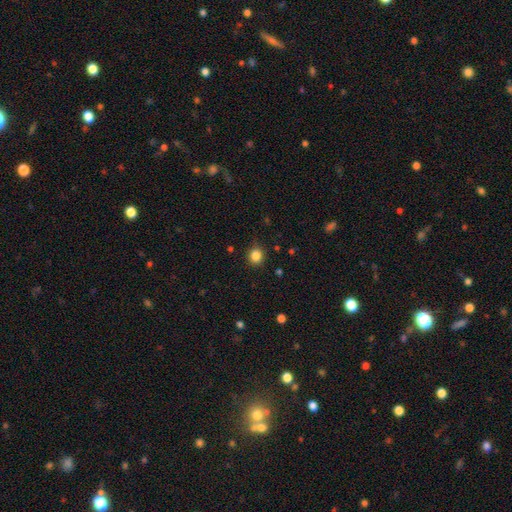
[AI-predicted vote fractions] Smooth or featured? Predicted: smooth (p=0.85). How rounded? Predicted: round (p=0.89). Merging? Predicted: none (p=0.87).